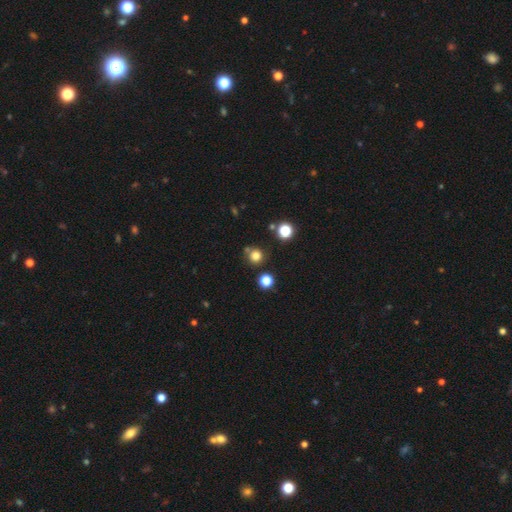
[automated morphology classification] A smooth galaxy with no disk features (78%) that is round (92%). Merging: none (78%).